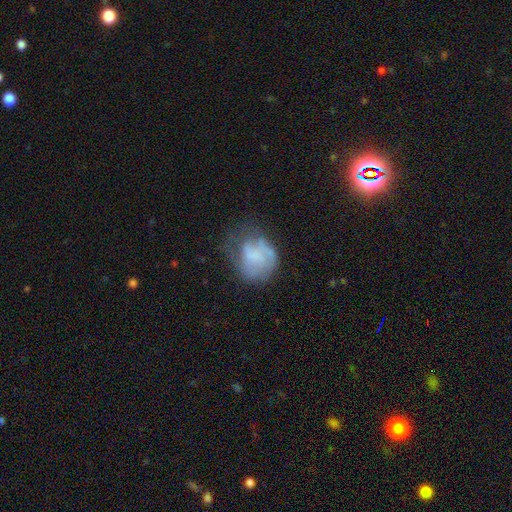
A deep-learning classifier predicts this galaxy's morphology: Smooth or featured? Predicted: smooth (p=0.48). Merging? Predicted: none (p=0.39).